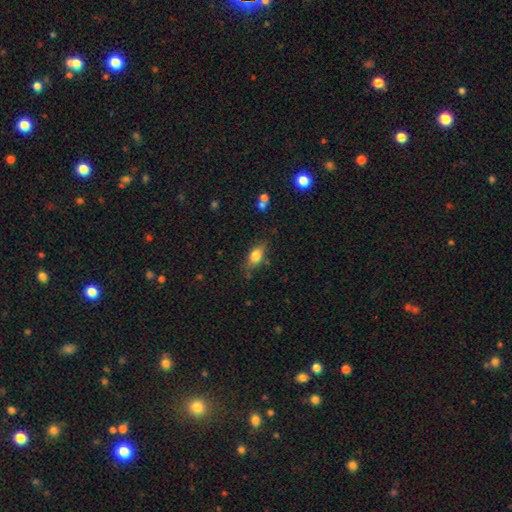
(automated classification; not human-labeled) Q: Smooth or featured?
A: smooth (73%); runner-up: featured or disk (18%)
Q: How rounded?
A: in between (78%); runner-up: round (11%)
Q: Merging?
A: none (72%); runner-up: minor disturbance (20%)